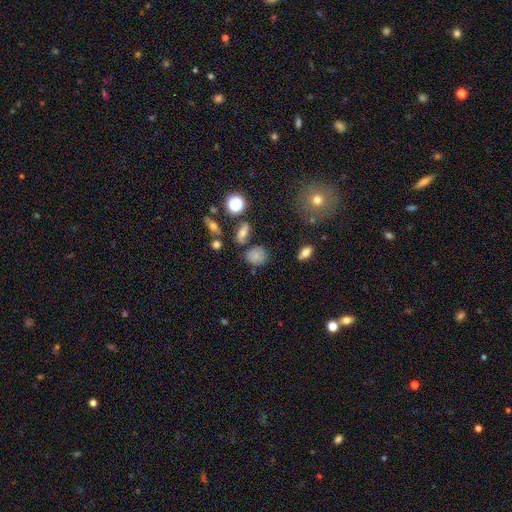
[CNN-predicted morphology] This is likely a smooth galaxy (71%). How rounded: likely round (65%). Merging: likely none (68%).